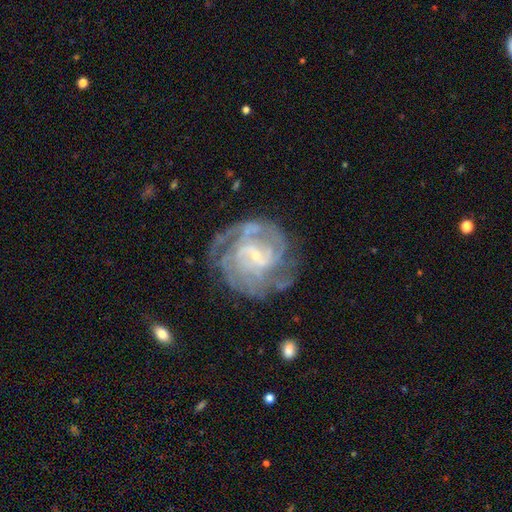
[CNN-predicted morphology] featured or disk 86%, smooth 7%, star or artifact 6%. Down the decision tree: edge-on disk — no (98%); bar — no (45%); spiral arms — yes (94%); spiral arm count — can't tell (33%); spiral winding — tight (61%); bulge size — small (83%); merging — none (66%).